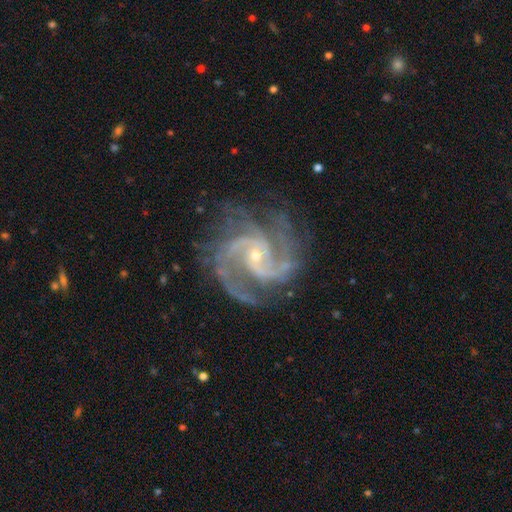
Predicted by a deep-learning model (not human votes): This appears to be a featured or disk galaxy (93%) with no bar (55%), 2 (47%) medium (58%) spiral arms (99%) and a small central bulge (78%). Merging: none (72%).